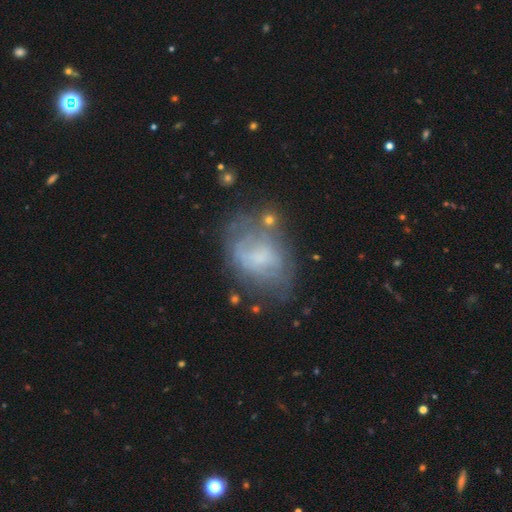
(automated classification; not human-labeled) This appears to be a featured or disk galaxy (52%) with no bar (56%), spiral arms (55%) and a small central bulge (41%). Merging: none (54%).